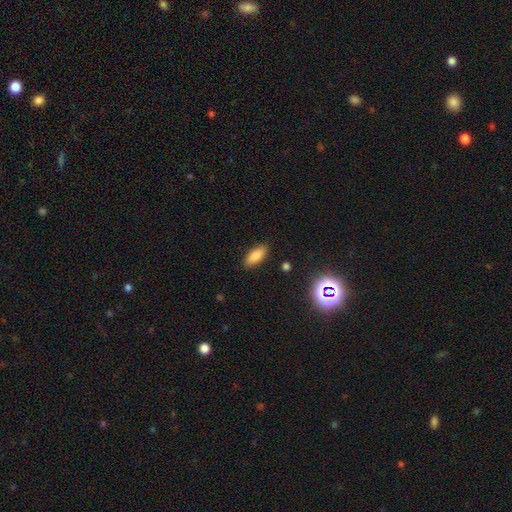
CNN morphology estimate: smooth-or-featured: smooth: 84% | star or artifact: 10% | featured or disk: 7%
  how-rounded: in between: 84% | cigar-shaped: 13% | round: 3%
  merging: none: 88% | minor disturbance: 9% | major disturbance: 2% | merger: 1%